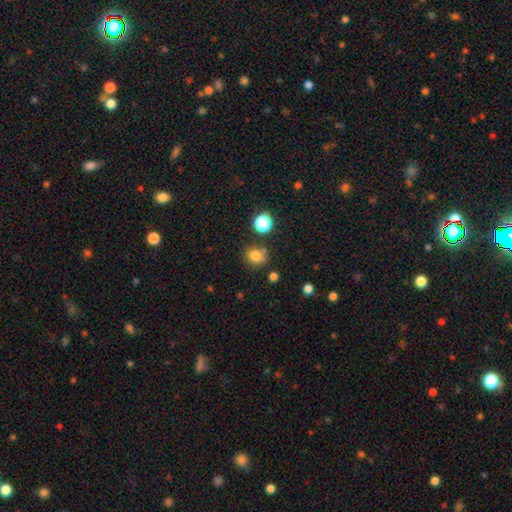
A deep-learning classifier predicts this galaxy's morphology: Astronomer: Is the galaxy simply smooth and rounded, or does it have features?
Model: smooth — 81%.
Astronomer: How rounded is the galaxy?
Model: round — 71%.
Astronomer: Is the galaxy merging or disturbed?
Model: none — 75%.